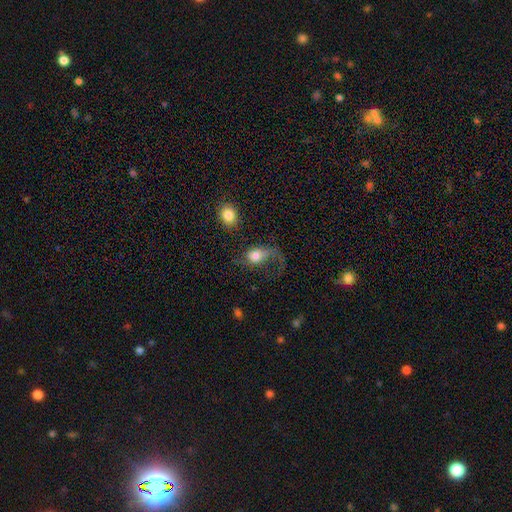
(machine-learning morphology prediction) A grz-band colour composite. It shows a smooth galaxy with no disk features (57%) that is in between round and cigar-shaped (61%). Merging: major disturbance (53%).